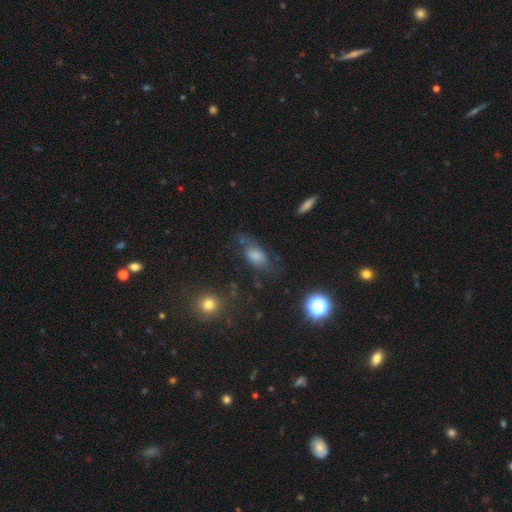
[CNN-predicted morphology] smooth 67%, featured or disk 19%, star or artifact 14%. Down the decision tree: how rounded — in between (85%); merging — none (51%).